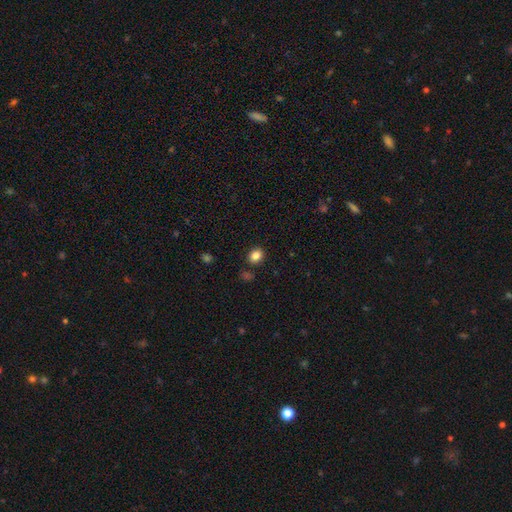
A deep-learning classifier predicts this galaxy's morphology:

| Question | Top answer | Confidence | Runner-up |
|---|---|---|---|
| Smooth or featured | smooth | 85% | star or artifact (11%) |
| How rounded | in between | 51% | round (48%) |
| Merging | none | 85% | minor disturbance (9%) |